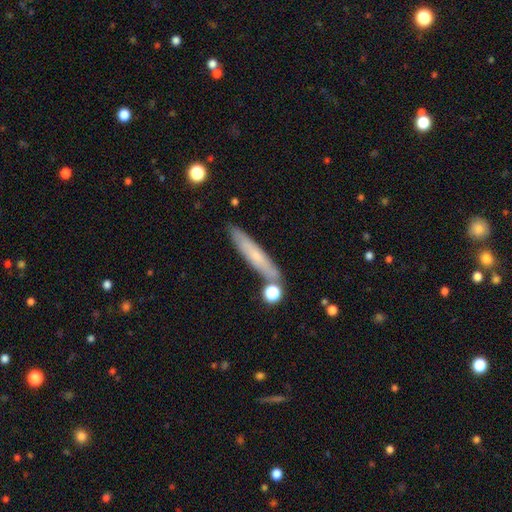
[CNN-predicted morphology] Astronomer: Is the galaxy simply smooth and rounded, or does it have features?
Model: smooth — 57% (runner-up: featured or disk, 35%).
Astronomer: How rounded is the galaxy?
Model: cigar-shaped — 90%.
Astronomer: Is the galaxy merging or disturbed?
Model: none — 79%.